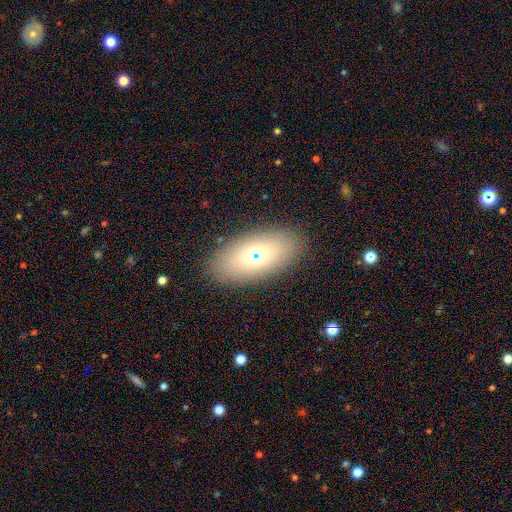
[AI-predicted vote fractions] Smooth or featured: smooth — 66% (featured or disk — 21%)
How rounded: in between — 87% (round — 7%)
Merging: none — 85% (minor disturbance — 8%)